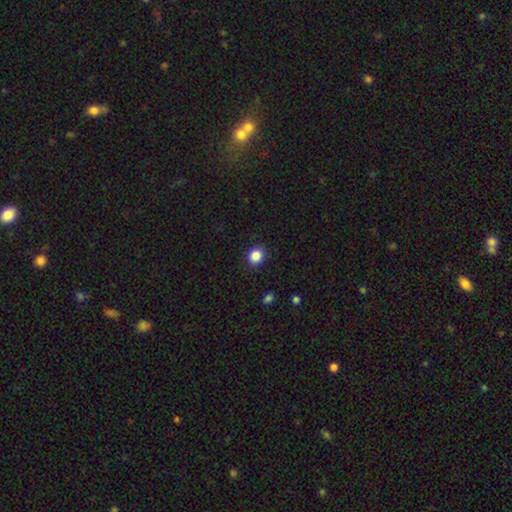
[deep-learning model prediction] Morphology: type=smooth (86%); roundness=round (83%); merging=none (89%).